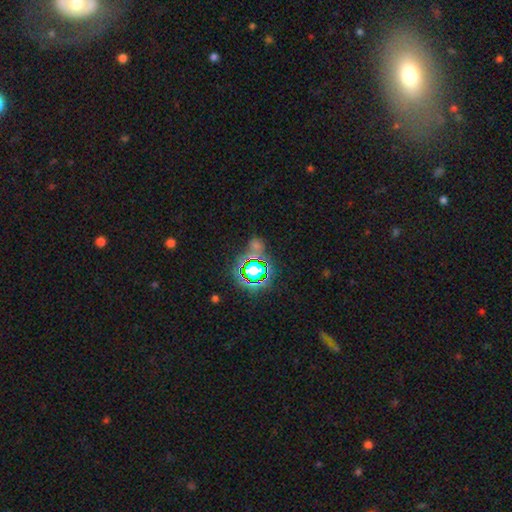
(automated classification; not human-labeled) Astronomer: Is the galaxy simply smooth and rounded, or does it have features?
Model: star or artifact — 74%.